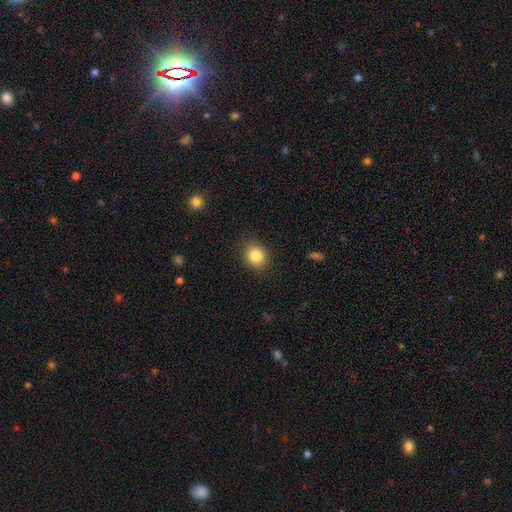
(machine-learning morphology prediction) smooth_or_featured: smooth (p=0.85) [alt: star or artifact p=0.09]
how_rounded: round (p=0.65) [alt: in between p=0.34]
merging: none (p=0.87) [alt: minor disturbance p=0.09]